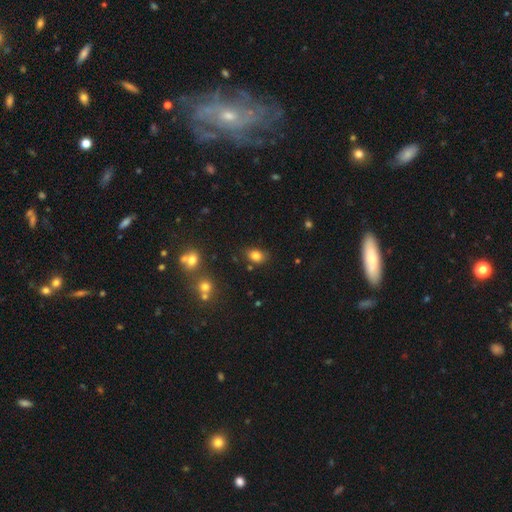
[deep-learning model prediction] Q: Smooth or featured?
A: smooth (81%); runner-up: star or artifact (12%)
Q: How rounded?
A: in between (72%); runner-up: round (27%)
Q: Merging?
A: none (78%); runner-up: minor disturbance (15%)